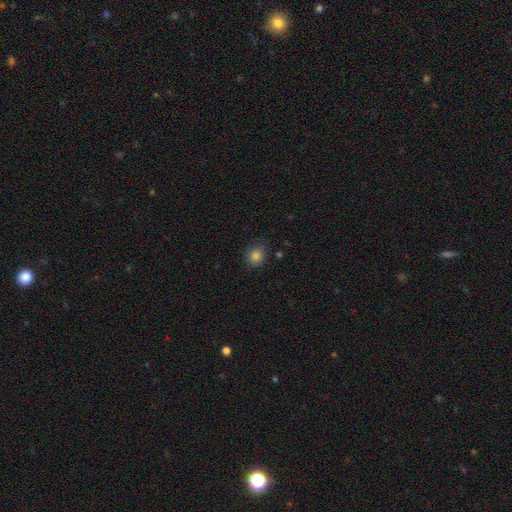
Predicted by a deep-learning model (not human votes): This appears to be a smooth galaxy with no disk features (83%) that is round (74%). Merging: none (84%).